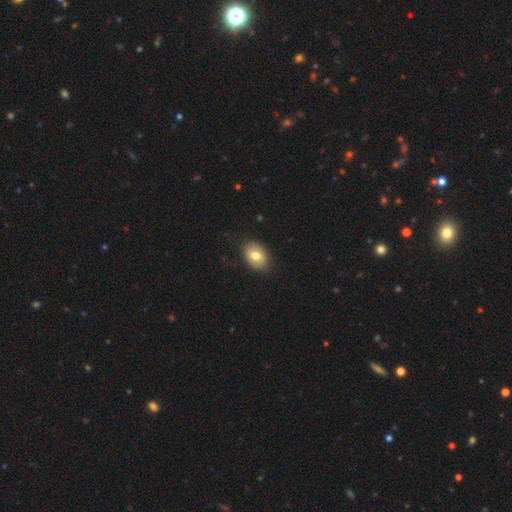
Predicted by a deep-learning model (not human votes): Smooth or featured? Predicted: smooth (p=0.77). How rounded? Predicted: in between (p=0.78). Merging? Predicted: none (p=0.86).